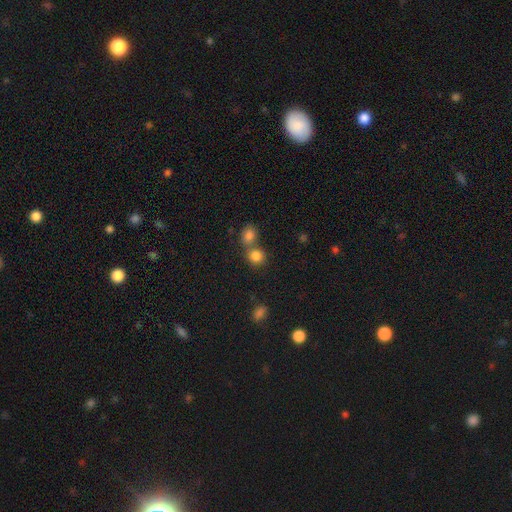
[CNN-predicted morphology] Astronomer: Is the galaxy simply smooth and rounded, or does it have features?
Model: smooth — 83%.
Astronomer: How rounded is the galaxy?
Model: round — 78%.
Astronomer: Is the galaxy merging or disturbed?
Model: none — 46% (runner-up: merger, 45%).